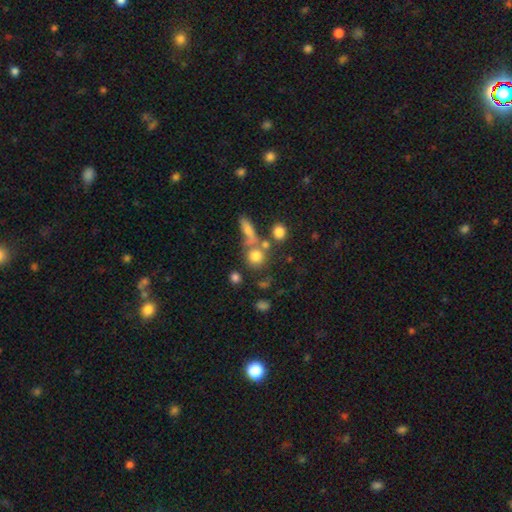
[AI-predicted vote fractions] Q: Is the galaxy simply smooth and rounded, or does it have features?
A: smooth — 74%.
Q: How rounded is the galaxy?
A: round — 82%.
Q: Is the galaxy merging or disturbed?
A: none — 53%.